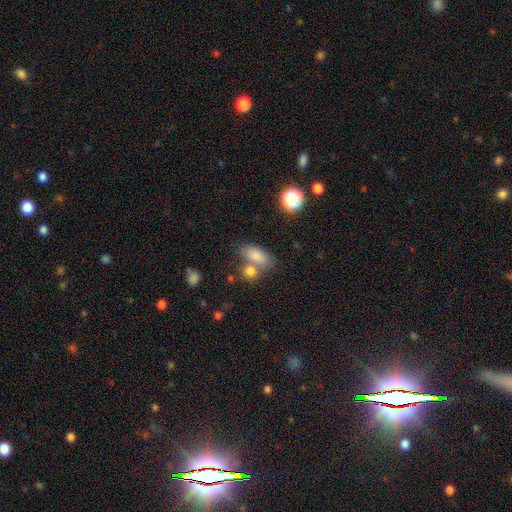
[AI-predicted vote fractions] Smooth or featured? Predicted: smooth (p=0.81). How rounded? Predicted: in between (p=0.85). Merging? Predicted: none (p=0.47).